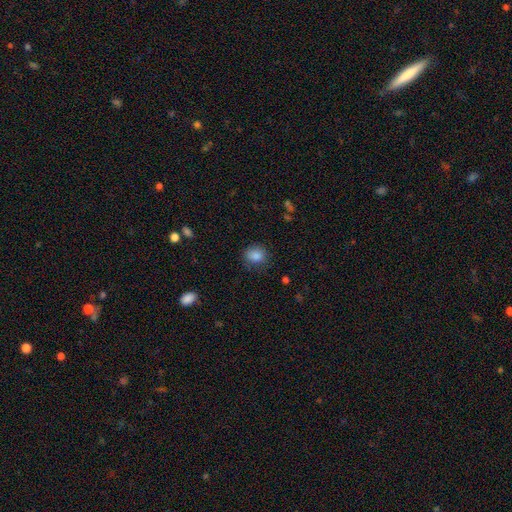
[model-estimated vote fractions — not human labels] smooth_or_featured: smooth (p=0.85) [alt: star or artifact p=0.10]
how_rounded: round (p=0.70) [alt: in between p=0.29]
merging: none (p=0.80) [alt: minor disturbance p=0.14]